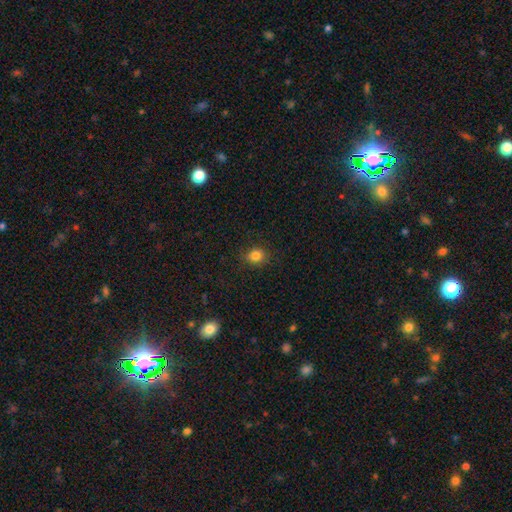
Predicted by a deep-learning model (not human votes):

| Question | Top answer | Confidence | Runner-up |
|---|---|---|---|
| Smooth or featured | smooth | 83% | star or artifact (12%) |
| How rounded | round | 68% | in between (31%) |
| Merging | none | 84% | minor disturbance (12%) |